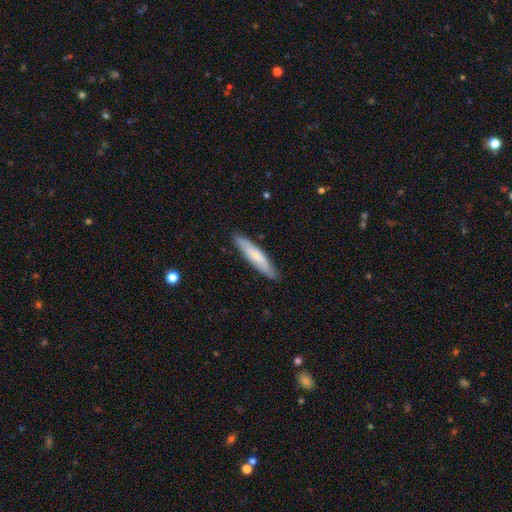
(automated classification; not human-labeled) Smooth or featured? smooth (68%)
How rounded? cigar-shaped (87%)
Merging? none (87%)